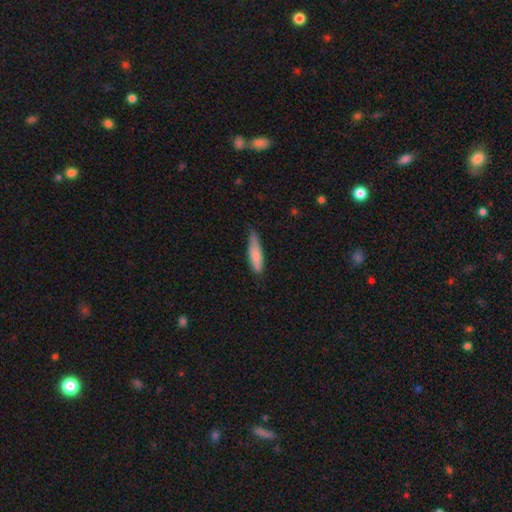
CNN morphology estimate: Smooth or featured? Predicted: smooth (p=0.80). How rounded? Predicted: cigar-shaped (p=0.68). Merging? Predicted: none (p=0.53).